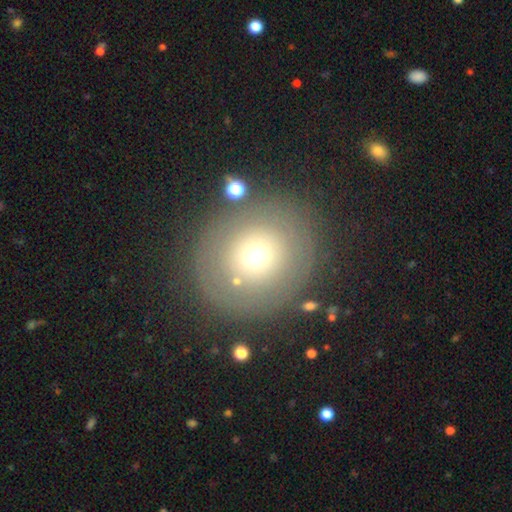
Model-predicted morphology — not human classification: Smooth or featured: smooth — 62% (featured or disk — 24%)
How rounded: round — 88% (in between — 11%)
Merging: none — 82% (minor disturbance — 10%)